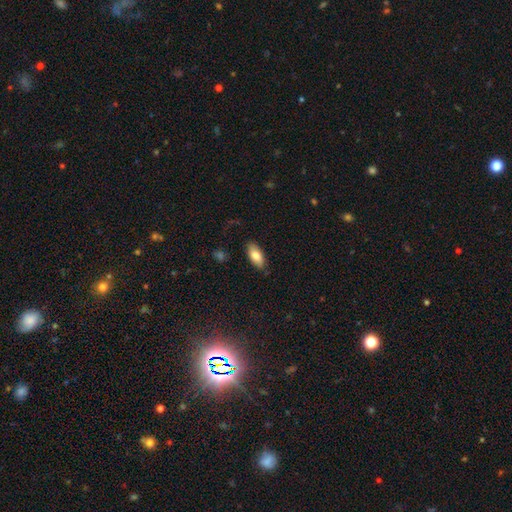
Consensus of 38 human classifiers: Smooth or featured? 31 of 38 (82%) said smooth. How rounded? 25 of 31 (81%) said in between. Merging? 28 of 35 (80%) said none.